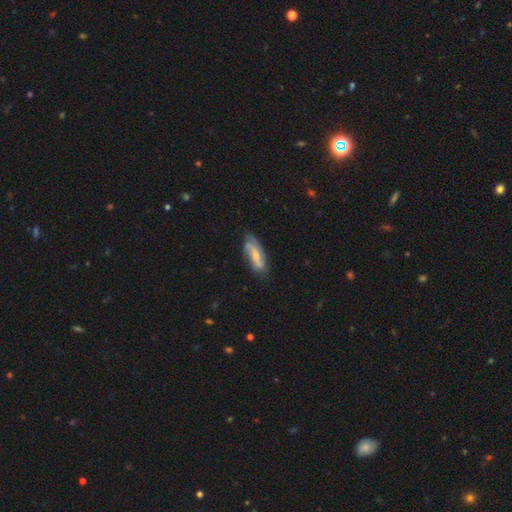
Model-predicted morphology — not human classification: smooth-or-featured: featured or disk: 62% | smooth: 31% | star or artifact: 6%
  disk-edge-on: no: 85% | yes: 15%
    bar: no: 42% | weak: 39% | strong: 19%
    has-spiral-arms: yes: 86% | no: 14%
    bulge-size: small: 53% | moderate: 38% | none: 5% | large: 2% | dominant: 1%
  merging: none: 66% | minor disturbance: 23% | major disturbance: 7% | merger: 3%